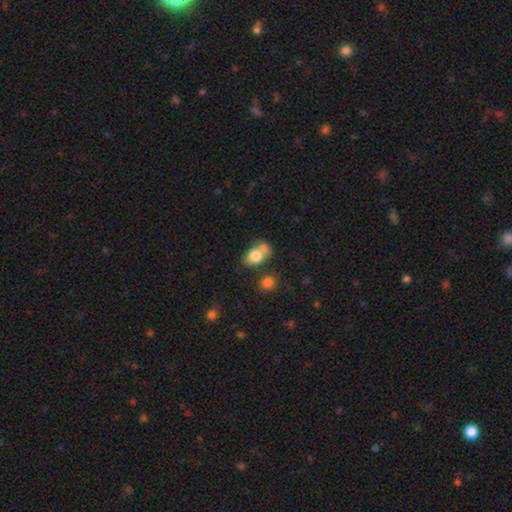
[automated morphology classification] smooth 77%, featured or disk 14%, star or artifact 9%. Down the decision tree: how rounded — in between (72%); merging — merger (42%).